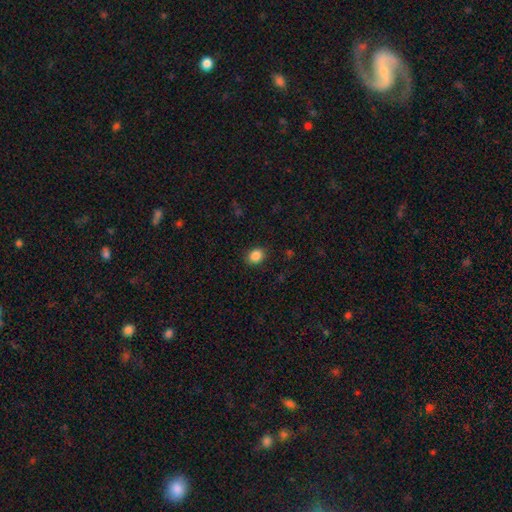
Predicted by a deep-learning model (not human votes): Smooth or featured? Predicted: smooth (p=0.87). How rounded? Predicted: in between (p=0.51). Merging? Predicted: none (p=0.87).